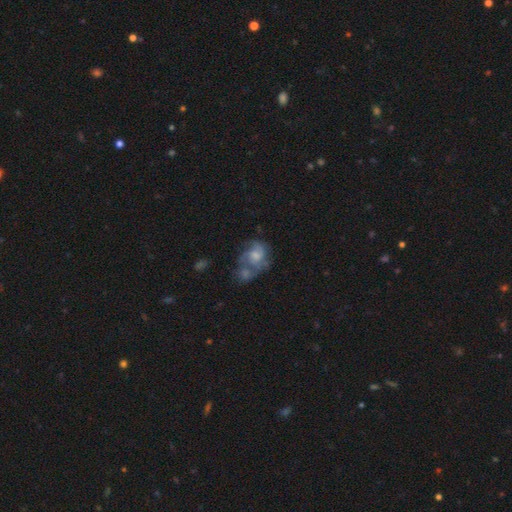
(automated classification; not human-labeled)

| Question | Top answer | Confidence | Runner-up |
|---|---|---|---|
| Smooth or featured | featured or disk | 62% | smooth (30%) |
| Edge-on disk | no | 98% | yes (2%) |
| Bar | no | 71% | weak (26%) |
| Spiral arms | yes | 74% | no (26%) |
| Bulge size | moderate | 45% | small (32%) |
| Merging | merger | 44% | none (24%) |